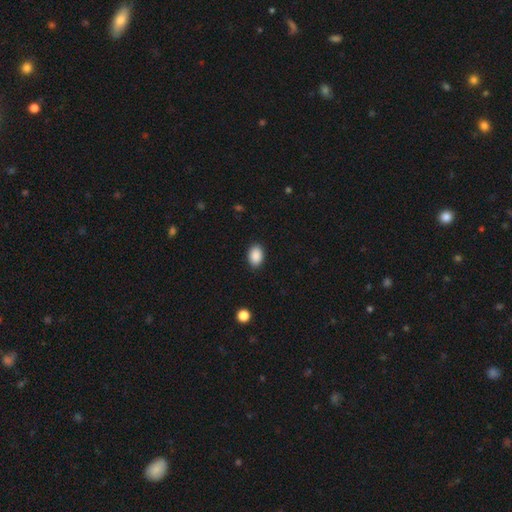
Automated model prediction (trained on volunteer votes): smooth_or_featured: smooth (p=0.89) [alt: star or artifact p=0.08]
how_rounded: in between (p=0.84) [alt: round p=0.15]
merging: none (p=0.89) [alt: minor disturbance p=0.08]